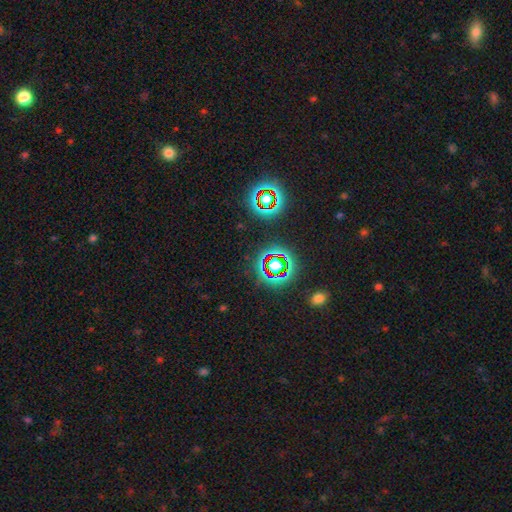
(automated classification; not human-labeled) star or artifact 73%, smooth 15%, featured or disk 13%.